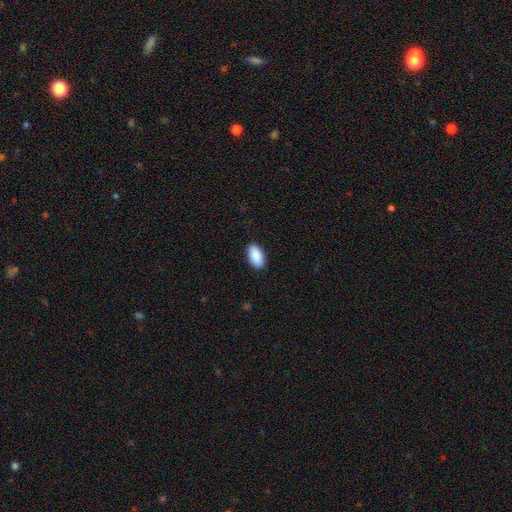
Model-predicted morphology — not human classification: type=smooth (91%); roundness=in between (95%); merging=none (90%).